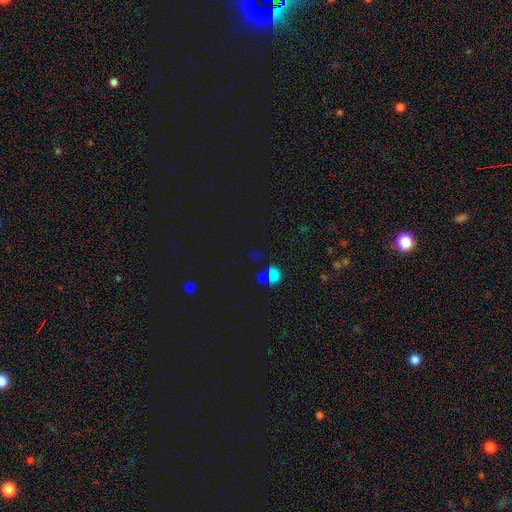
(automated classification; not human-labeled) Smooth or featured? smooth (56%)
How rounded? round (60%)
Merging? none (55%)